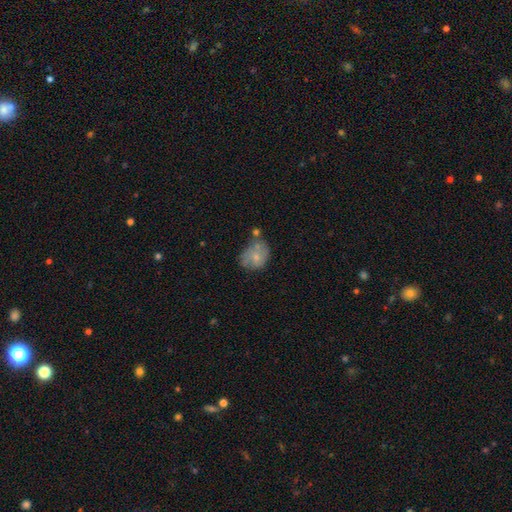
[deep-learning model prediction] Morphology: type=smooth (65%); roundness=in between (51%); merging=none (40%).